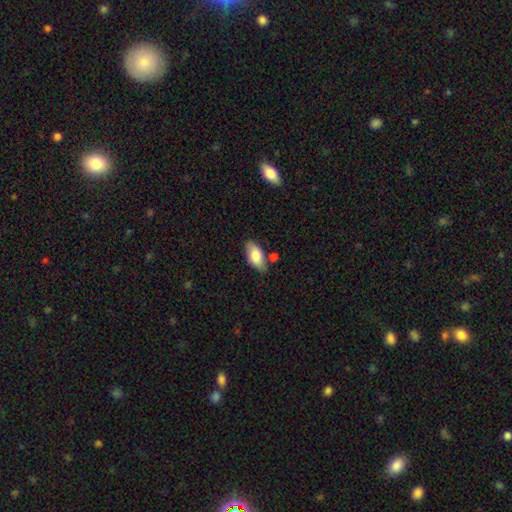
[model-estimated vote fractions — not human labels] smooth-or-featured: smooth: 79% | featured or disk: 15% | star or artifact: 6%
  how-rounded: in between: 91% | cigar-shaped: 6% | round: 3%
  merging: none: 72% | minor disturbance: 17% | merger: 7% | major disturbance: 4%